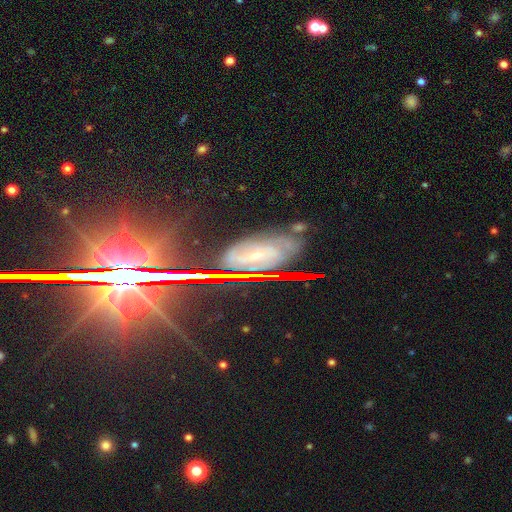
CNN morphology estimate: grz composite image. It shows a featured or disk galaxy (70%) with no bar (55%), tight (66%) spiral arms (90%) and a small central bulge (77%). Merging: none (69%).